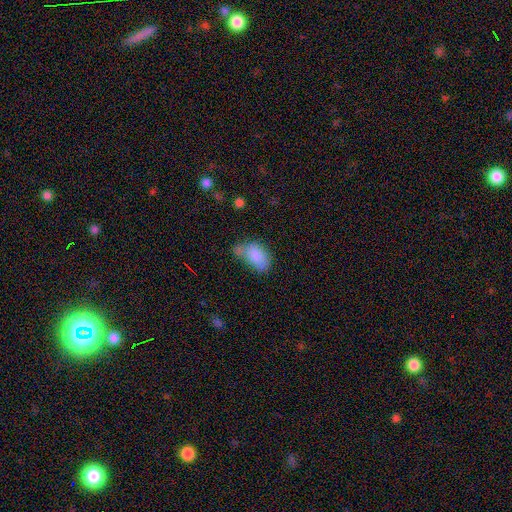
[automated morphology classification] A smooth galaxy with no disk features (80%) that is in between round and cigar-shaped (92%). Merging: none (33%).